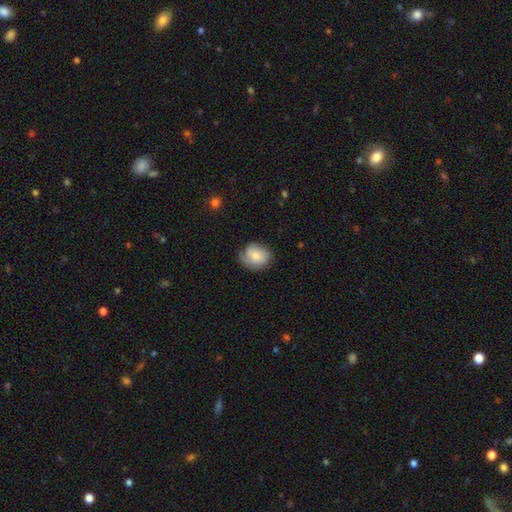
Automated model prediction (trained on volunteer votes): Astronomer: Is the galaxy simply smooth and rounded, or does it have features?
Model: smooth — 62%.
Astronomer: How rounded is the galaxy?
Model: round — 57% (runner-up: in between, 42%).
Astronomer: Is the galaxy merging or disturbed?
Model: none — 64%.